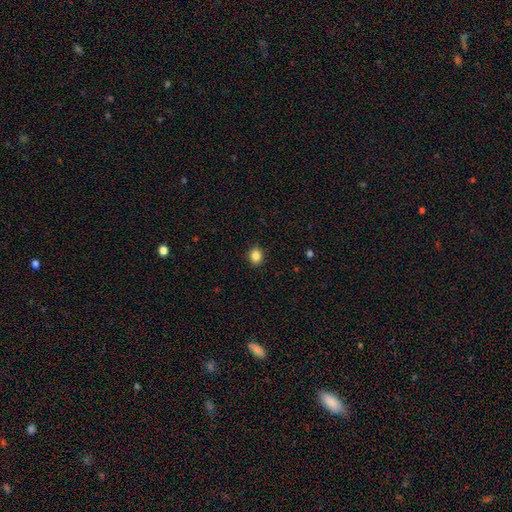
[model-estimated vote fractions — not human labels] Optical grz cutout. It shows a smooth galaxy with no disk features (85%) that is round (58%). Merging: none (90%).